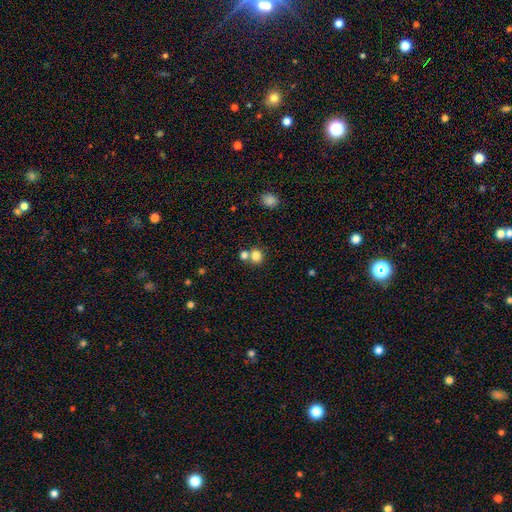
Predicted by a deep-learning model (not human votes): Morphology: type=smooth (81%); roundness=round (74%); merging=none (52%).